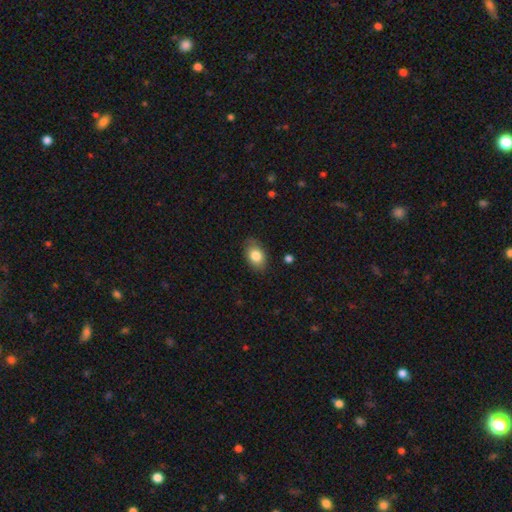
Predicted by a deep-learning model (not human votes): This appears to be a smooth galaxy with no disk features (82%) that is in between round and cigar-shaped (83%). Merging: none (82%).